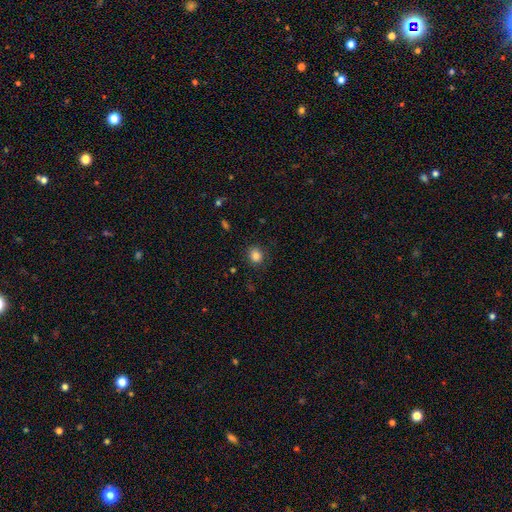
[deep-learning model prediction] The model was most divided on "how rounded": round: 77%, in between: 22%, cigar-shaped: 1%. More confident: merging — none (84%); smooth or featured — smooth (84%).